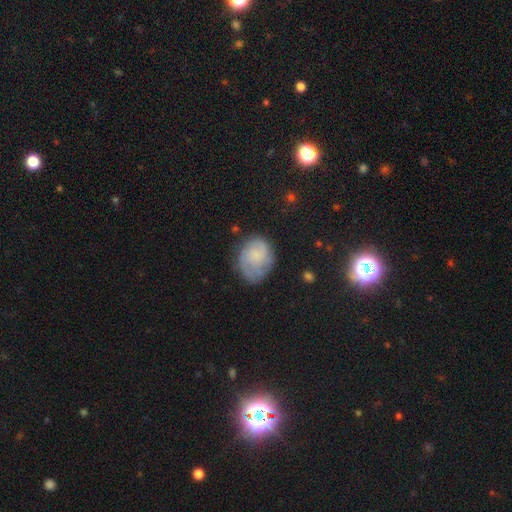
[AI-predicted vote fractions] A featured or disk galaxy (54%) with no bar (74%), spiral arms (87%) and a small central bulge (42%). Merging: none (62%).